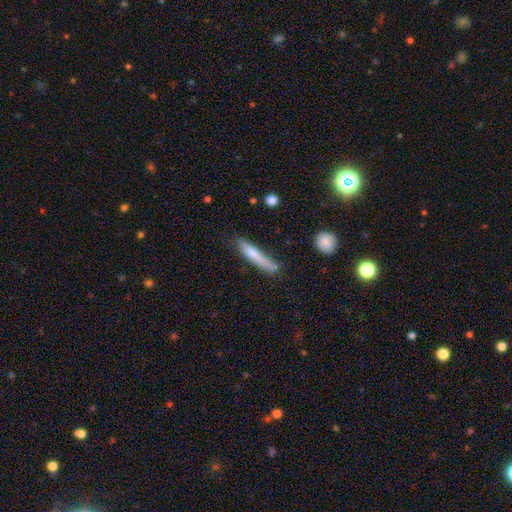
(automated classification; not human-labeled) Smooth or featured? smooth (69%)
How rounded? cigar-shaped (91%)
Merging? none (61%)